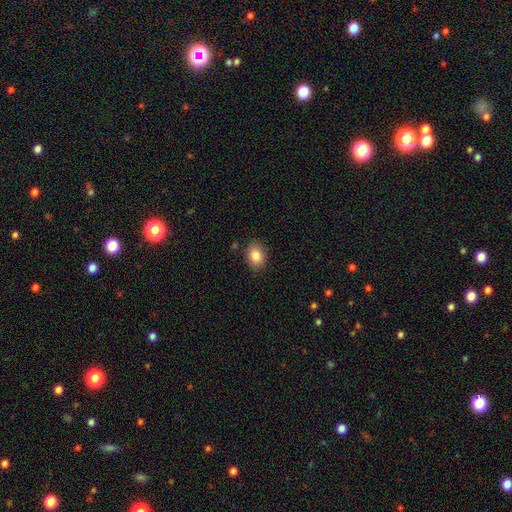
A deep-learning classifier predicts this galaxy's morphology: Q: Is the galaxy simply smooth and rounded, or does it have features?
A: smooth — 85%.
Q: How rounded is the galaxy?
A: in between — 69%.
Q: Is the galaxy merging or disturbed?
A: none — 86%.